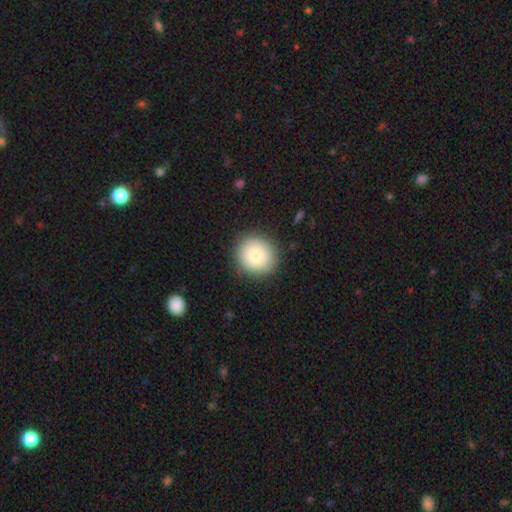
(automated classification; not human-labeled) A smooth galaxy with no disk features (80%) that is round (89%). Merging: none (87%).